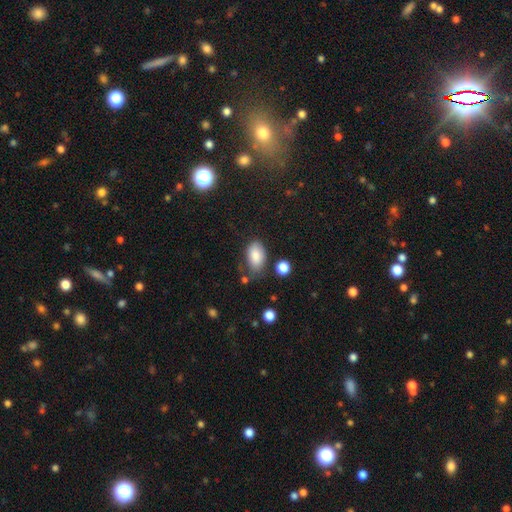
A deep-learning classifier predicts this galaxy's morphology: A smooth galaxy with no disk features (86%) that is in between round and cigar-shaped (93%).

Vote fractions:
- Smooth or featured? smooth: 86% / star or artifact: 8% / featured or disk: 7%
- How rounded? in between: 93% / round: 6% / cigar-shaped: 2%
- Merging? none: 63% / minor disturbance: 24% / major disturbance: 7% / merger: 6%